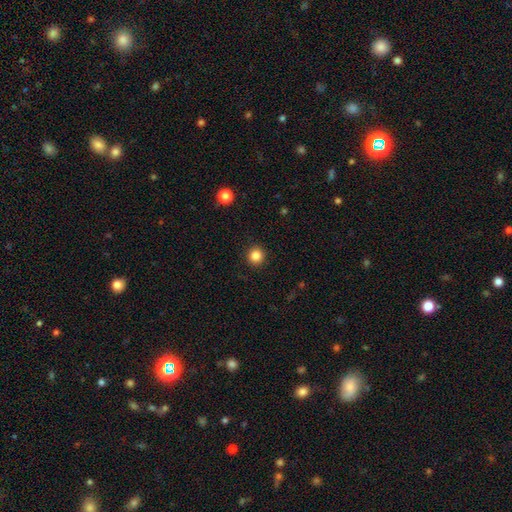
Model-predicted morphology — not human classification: Smooth or featured?
  - smooth: 84% *
  - star or artifact: 12%
  - featured or disk: 4%
How rounded?
  - round: 94% *
  - in between: 5%
  - cigar-shaped: 1%
Merging?
  - none: 92% *
  - minor disturbance: 5%
  - major disturbance: 2%
  - merger: 1%